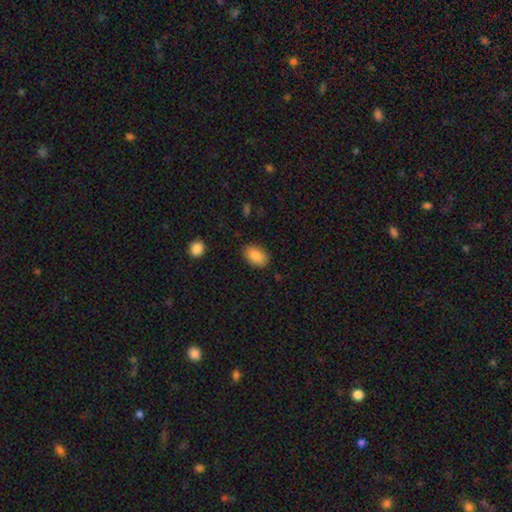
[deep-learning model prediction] Morphology: type=smooth (88%); roundness=in between (91%); merging=none (85%).